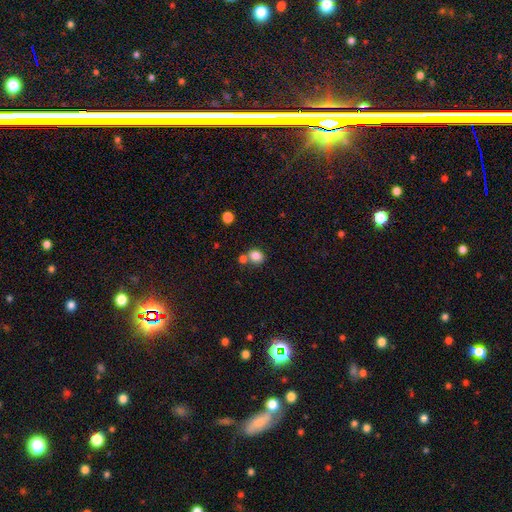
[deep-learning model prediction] Smooth or featured?
  - smooth: 82% *
  - star or artifact: 11%
  - featured or disk: 7%
How rounded?
  - round: 67% *
  - in between: 32%
  - cigar-shaped: 1%
Merging?
  - none: 60% *
  - merger: 25%
  - minor disturbance: 11%
  - major disturbance: 4%